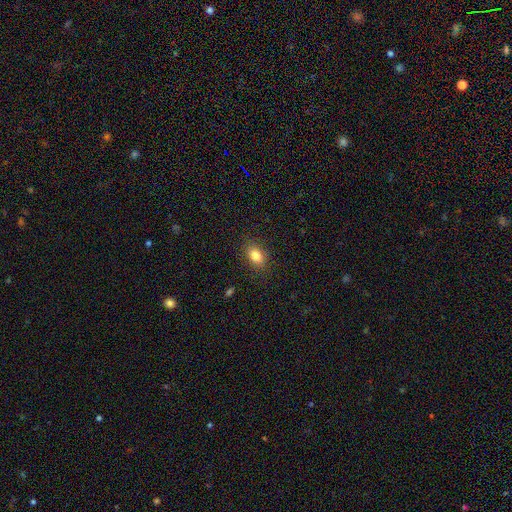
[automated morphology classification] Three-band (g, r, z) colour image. It shows a smooth galaxy with no disk features (83%) that is in between round and cigar-shaped (82%). Merging: none (86%).